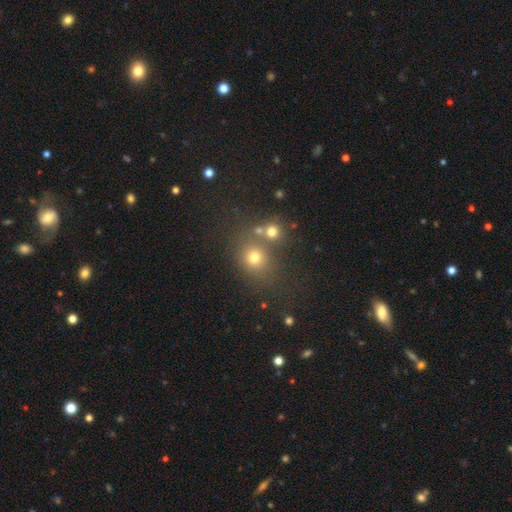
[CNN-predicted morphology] This is likely a smooth galaxy (62%). How rounded: likely round (79%). Merging: likely none (60%).